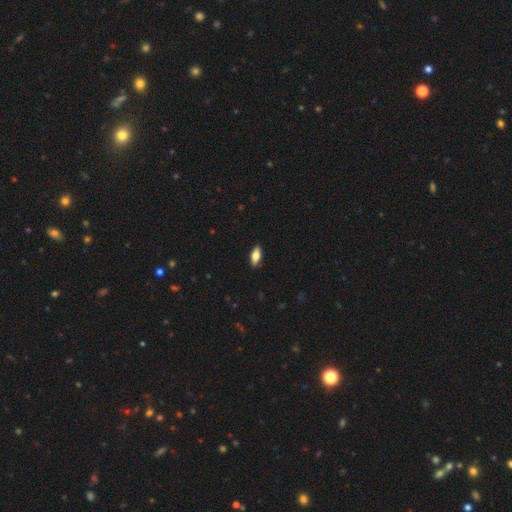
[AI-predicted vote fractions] A smooth galaxy with no disk features (73%) that is in between round and cigar-shaped (81%).

Vote fractions:
- Smooth or featured? smooth: 73% / featured or disk: 21% / star or artifact: 7%
- How rounded? in between: 81% / cigar-shaped: 17% / round: 3%
- Merging? none: 89% / minor disturbance: 9% / major disturbance: 2% / merger: 1%